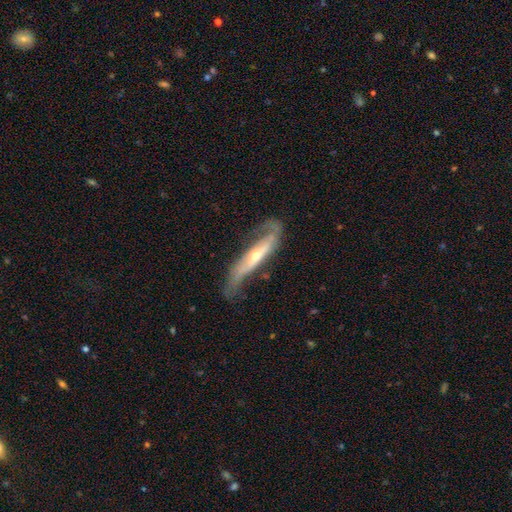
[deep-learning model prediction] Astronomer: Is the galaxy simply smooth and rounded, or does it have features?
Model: featured or disk — 77%.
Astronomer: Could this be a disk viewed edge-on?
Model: no — 57% (runner-up: yes, 43%).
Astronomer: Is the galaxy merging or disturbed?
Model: none — 46% (runner-up: minor disturbance, 27%).